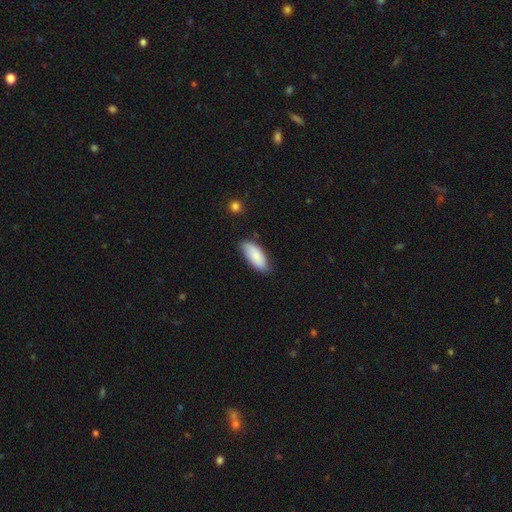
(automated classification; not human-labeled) Smooth or featured?
  - smooth: 84% *
  - featured or disk: 10%
  - star or artifact: 6%
How rounded?
  - in between: 83% *
  - cigar-shaped: 16%
  - round: 2%
Merging?
  - none: 78% *
  - minor disturbance: 18%
  - major disturbance: 3%
  - merger: 2%